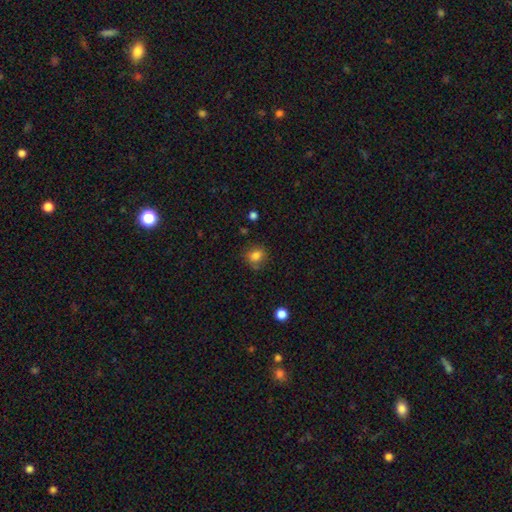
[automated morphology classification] Smooth or featured? smooth (82%)
How rounded? round (74%)
Merging? none (77%)